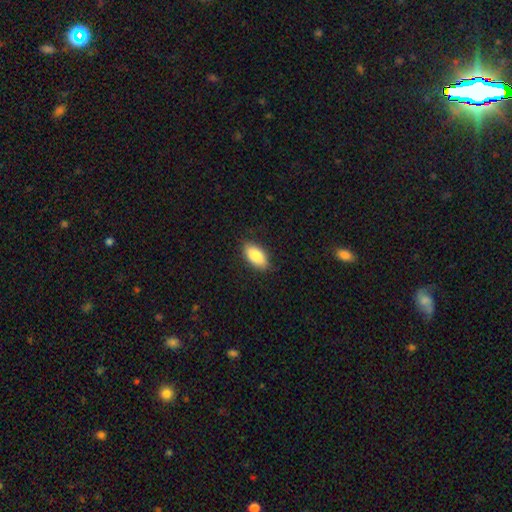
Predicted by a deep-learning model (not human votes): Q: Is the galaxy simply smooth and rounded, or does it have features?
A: smooth — 88%.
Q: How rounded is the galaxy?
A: in between — 93%.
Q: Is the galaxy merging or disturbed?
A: none — 84%.